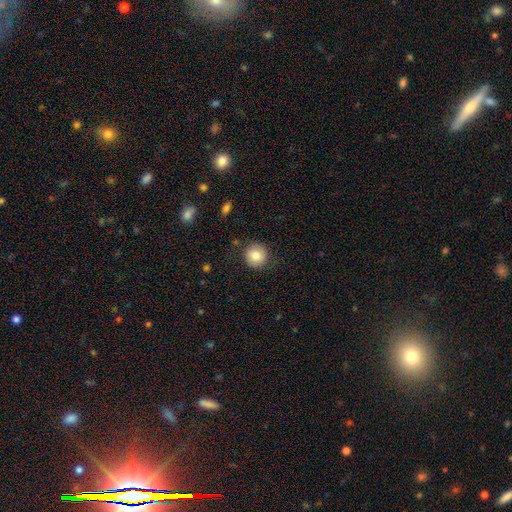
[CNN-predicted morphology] Smooth or featured?
  - smooth: 82% *
  - featured or disk: 9%
  - star or artifact: 9%
How rounded?
  - round: 91% *
  - in between: 8%
  - cigar-shaped: 1%
Merging?
  - none: 84% *
  - minor disturbance: 11%
  - major disturbance: 3%
  - merger: 1%